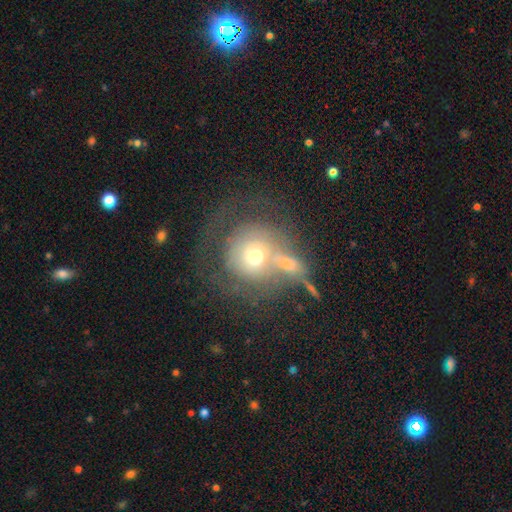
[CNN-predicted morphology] Smooth or featured? smooth (53%)
How rounded? round (88%)
Merging? merger (33%)